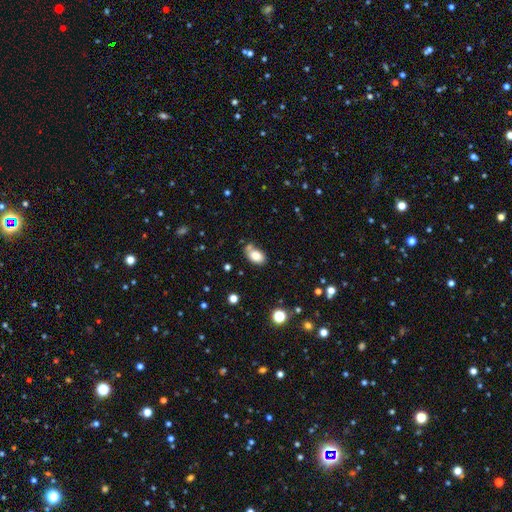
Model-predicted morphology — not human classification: Smooth or featured: smooth — 82% (star or artifact — 9%)
How rounded: in between — 88% (round — 10%)
Merging: none — 58% (minor disturbance — 22%)